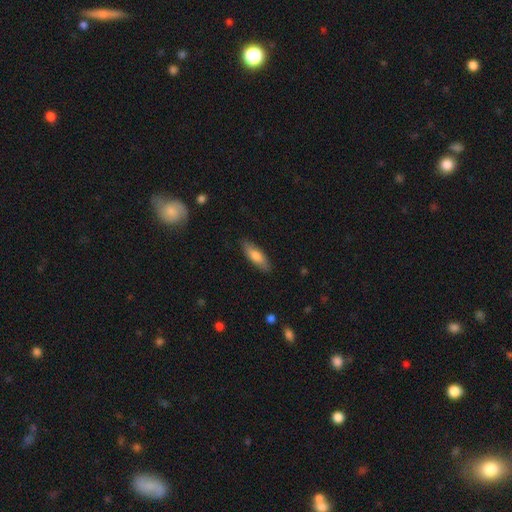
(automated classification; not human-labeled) Q: Smooth or featured?
A: smooth (75%); runner-up: featured or disk (19%)
Q: How rounded?
A: in between (53%); runner-up: cigar-shaped (45%)
Q: Merging?
A: none (86%); runner-up: minor disturbance (11%)